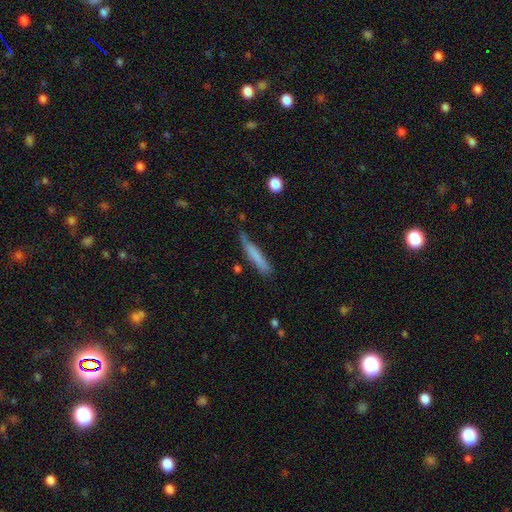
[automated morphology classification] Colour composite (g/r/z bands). It shows a smooth galaxy with no disk features (71%) that is cigar-shaped (92%). Merging: none (60%).